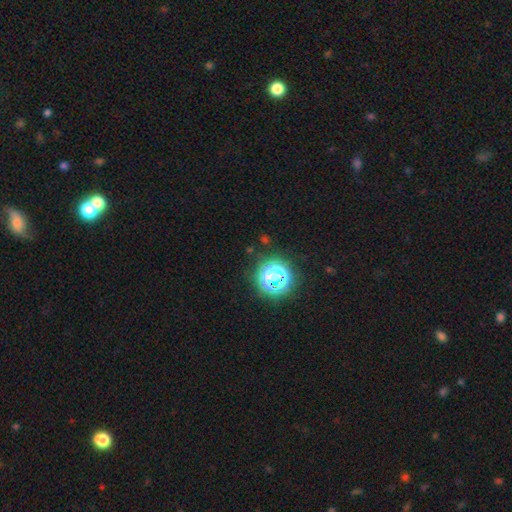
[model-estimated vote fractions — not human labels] Smooth or featured: star or artifact — 73% (smooth — 21%)